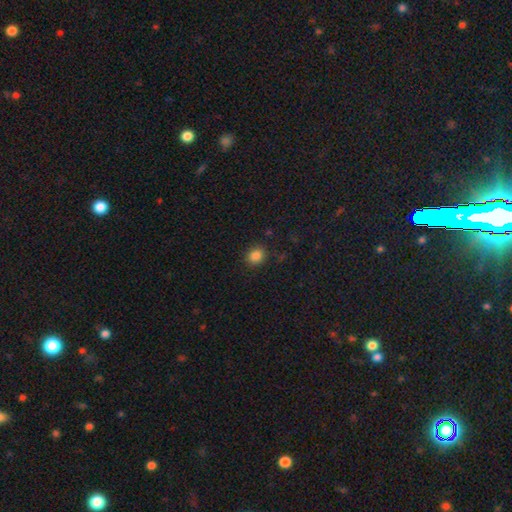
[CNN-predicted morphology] Smooth or featured? smooth (84%)
How rounded? round (67%)
Merging? none (88%)